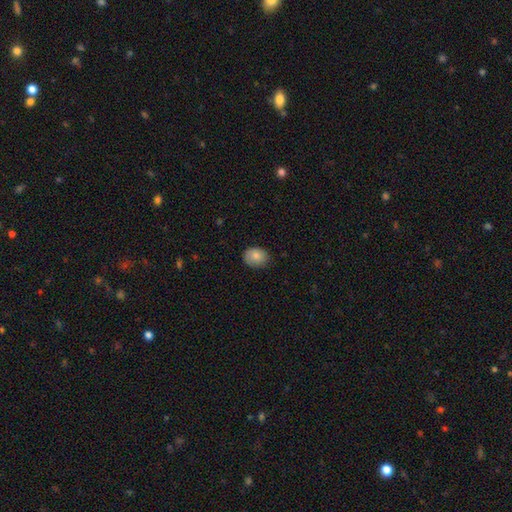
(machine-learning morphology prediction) Overall: smooth (82%). How rounded: in between (52%; round 47%). Merging: none (79%).